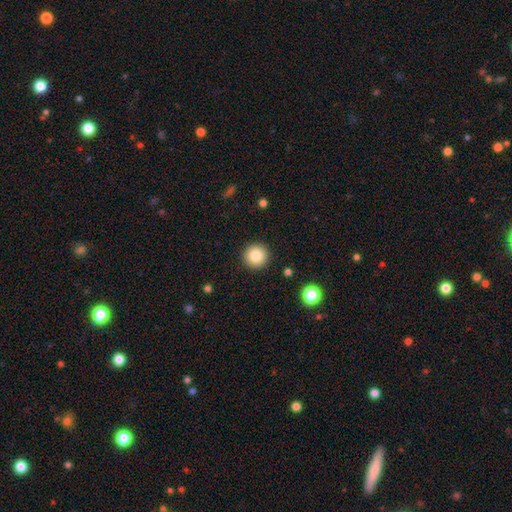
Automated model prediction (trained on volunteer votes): A smooth galaxy with no disk features (83%) that is round (96%).

Vote fractions:
- Smooth or featured? smooth: 83% / star or artifact: 10% / featured or disk: 7%
- How rounded? round: 96% / in between: 3% / cigar-shaped: 1%
- Merging? none: 92% / minor disturbance: 5% / major disturbance: 2% / merger: 1%